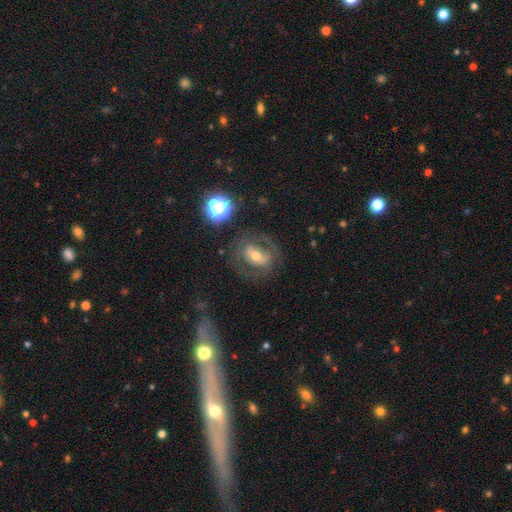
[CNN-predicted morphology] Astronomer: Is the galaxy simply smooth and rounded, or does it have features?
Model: featured or disk — 58%.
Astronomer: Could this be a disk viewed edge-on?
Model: no — 93%.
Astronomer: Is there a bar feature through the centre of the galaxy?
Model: no — 37% (runner-up: strong, 32%).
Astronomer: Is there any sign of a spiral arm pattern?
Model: no — 55% (runner-up: yes, 45%).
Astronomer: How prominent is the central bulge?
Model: moderate — 60%.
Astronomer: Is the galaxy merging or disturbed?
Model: none — 68%.